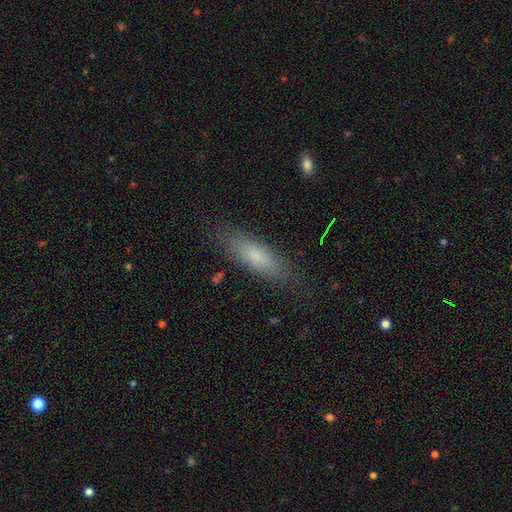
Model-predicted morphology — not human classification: smooth_or_featured: smooth (p=0.73) [alt: featured or disk p=0.19]
how_rounded: cigar-shaped (p=0.52) [alt: in between p=0.46]
merging: none (p=0.82) [alt: minor disturbance p=0.13]